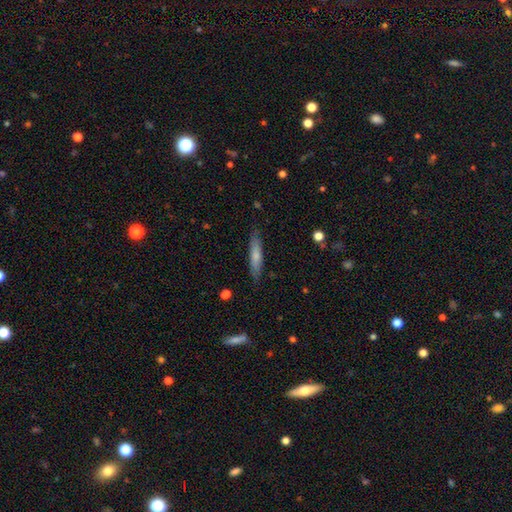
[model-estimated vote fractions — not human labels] smooth-or-featured: smooth: 66% | featured or disk: 29% | star or artifact: 6%
  how-rounded: cigar-shaped: 85% | in between: 14% | round: 1%
  merging: none: 83% | minor disturbance: 13% | major disturbance: 2% | merger: 1%